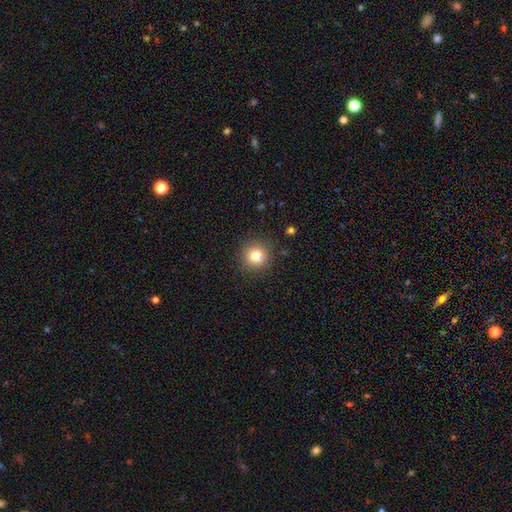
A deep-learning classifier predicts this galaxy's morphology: smooth 80%, star or artifact 12%, featured or disk 7%. Down the decision tree: how rounded — round (94%); merging — none (90%).